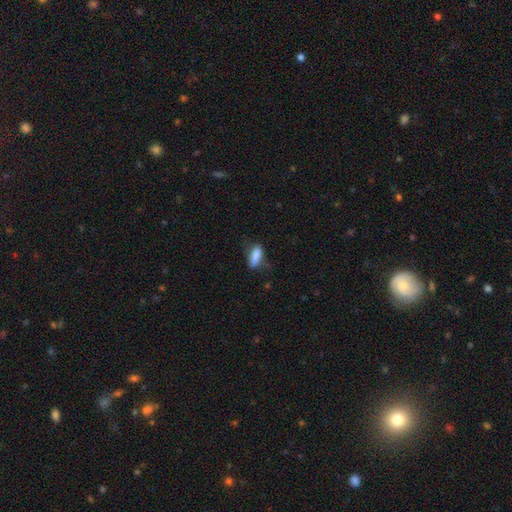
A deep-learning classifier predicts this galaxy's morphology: Smooth or featured? Predicted: smooth (p=0.84). How rounded? Predicted: in between (p=0.70). Merging? Predicted: none (p=0.57).